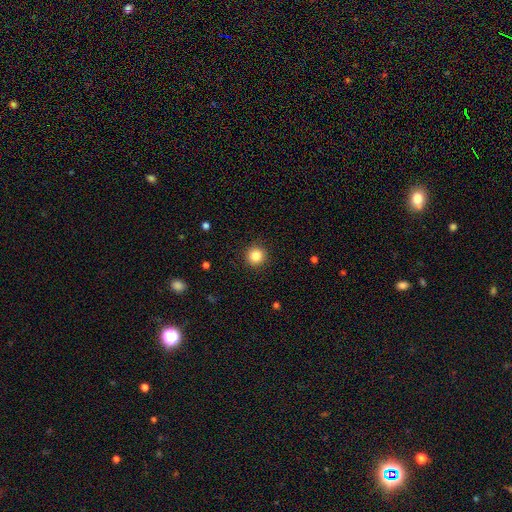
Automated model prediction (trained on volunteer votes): A smooth galaxy with no disk features (85%) that is round (95%). Merging: none (91%).